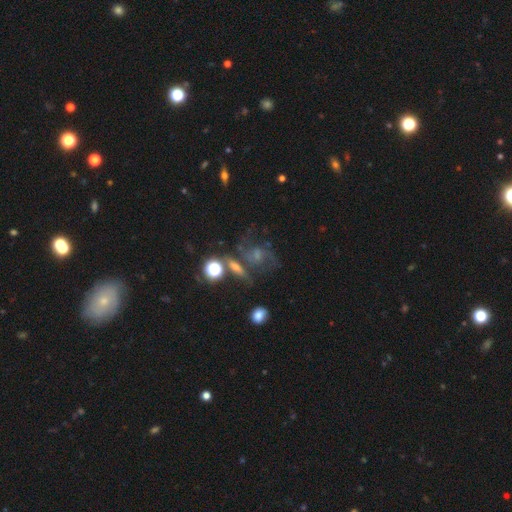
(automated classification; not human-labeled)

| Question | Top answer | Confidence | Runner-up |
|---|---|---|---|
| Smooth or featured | featured or disk | 49% | star or artifact (28%) |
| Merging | none | 47% | major disturbance (22%) |